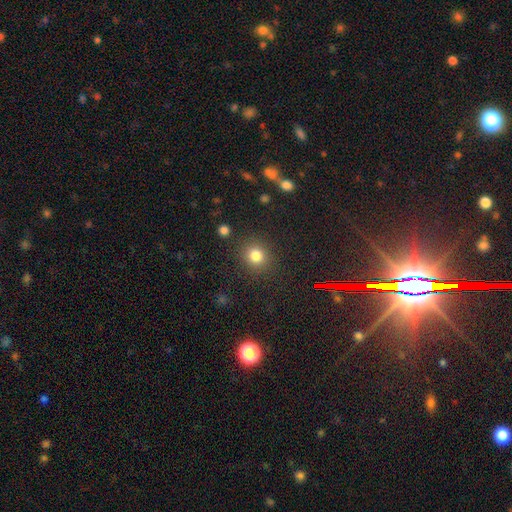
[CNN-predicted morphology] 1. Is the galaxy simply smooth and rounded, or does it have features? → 82% smooth, 13% star or artifact, 5% featured or disk.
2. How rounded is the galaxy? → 83% round, 16% in between, 1% cigar-shaped.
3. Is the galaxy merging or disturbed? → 86% none, 8% minor disturbance, 3% major disturbance, 2% merger.